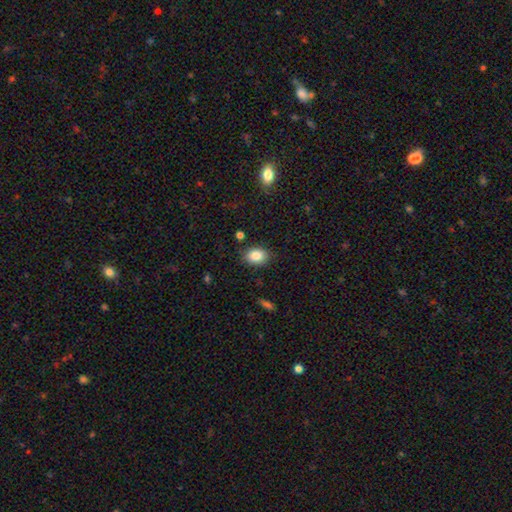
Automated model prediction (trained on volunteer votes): smooth-or-featured: smooth: 84% | star or artifact: 9% | featured or disk: 7%
  how-rounded: in between: 68% | round: 31% | cigar-shaped: 1%
  merging: none: 84% | minor disturbance: 11% | major disturbance: 3% | merger: 2%